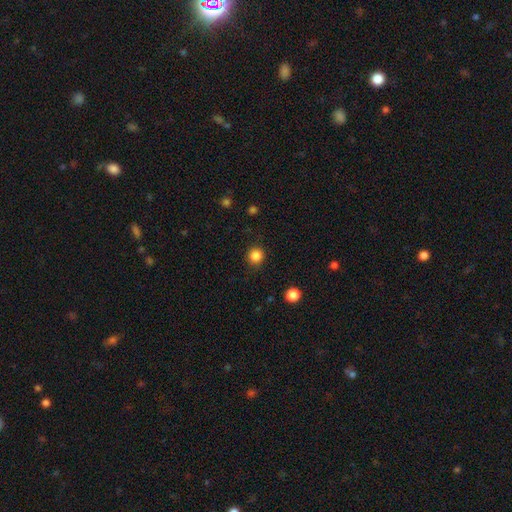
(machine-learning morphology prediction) Overall: smooth (85%). How rounded: round (93%). Merging: none (89%).